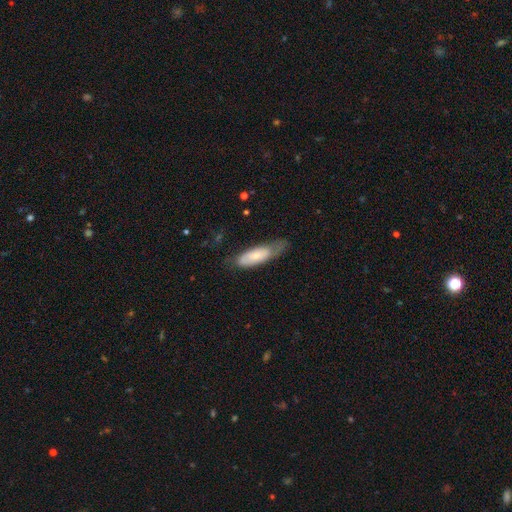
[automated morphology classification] Smooth or featured? smooth (62%)
How rounded? in between (62%)
Merging? none (45%)